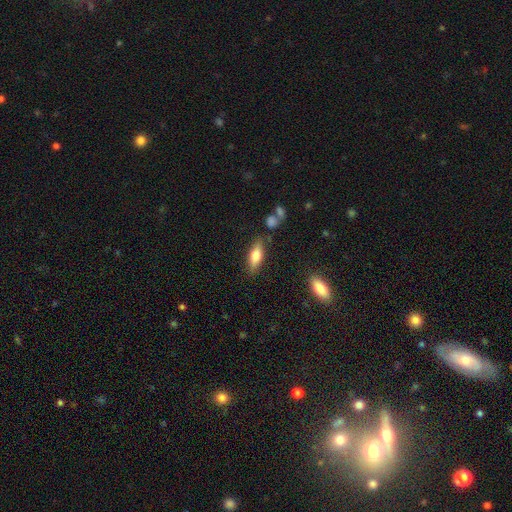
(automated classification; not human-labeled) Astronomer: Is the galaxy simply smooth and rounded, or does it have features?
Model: smooth — 67%.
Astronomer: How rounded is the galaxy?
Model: in between — 62%.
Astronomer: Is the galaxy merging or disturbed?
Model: none — 81%.